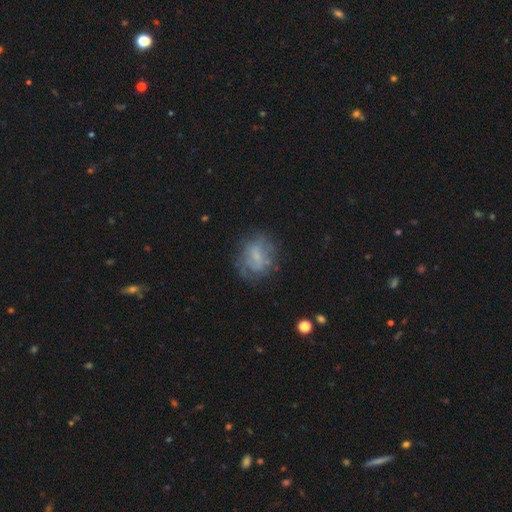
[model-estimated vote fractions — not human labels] Morphology: type=smooth (44%); merging=none (67%).